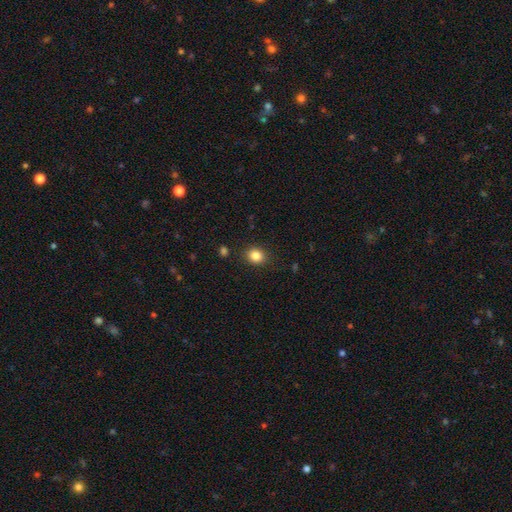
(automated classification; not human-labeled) Smooth or featured? smooth (84%)
How rounded? round (70%)
Merging? none (89%)